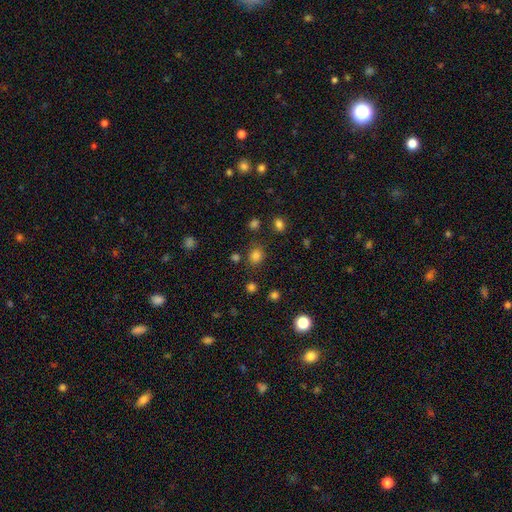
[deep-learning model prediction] Overall: smooth (79%). How rounded: round (73%). Merging: none (79%).